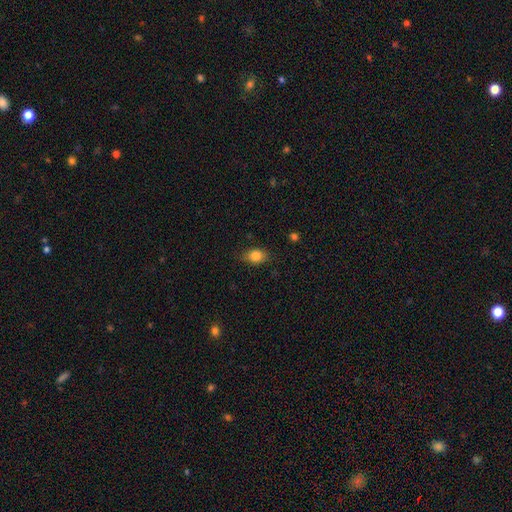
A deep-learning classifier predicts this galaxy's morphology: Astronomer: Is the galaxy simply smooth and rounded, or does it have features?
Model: smooth — 82%.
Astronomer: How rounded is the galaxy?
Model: in between — 71%.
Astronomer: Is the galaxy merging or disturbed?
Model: none — 77%.